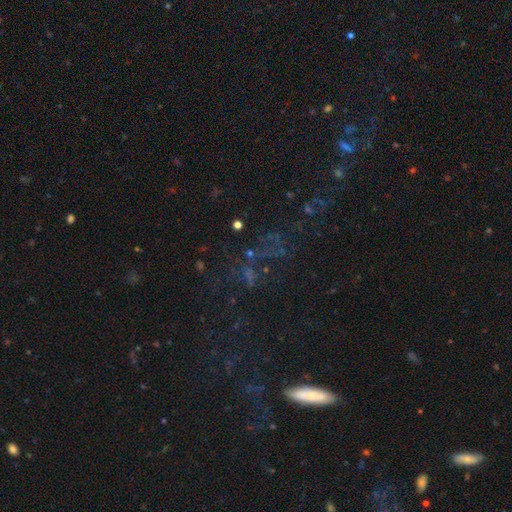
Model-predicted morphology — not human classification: The model was most divided on "smooth or featured": star or artifact: 56%, smooth: 24%, featured or disk: 20%.